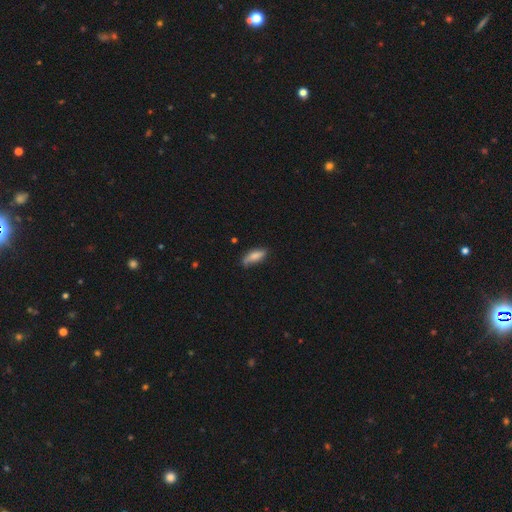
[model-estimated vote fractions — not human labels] The model was most divided on "how rounded": in between: 62%, cigar-shaped: 36%, round: 2%. More confident: smooth or featured — smooth (77%); merging — none (63%).